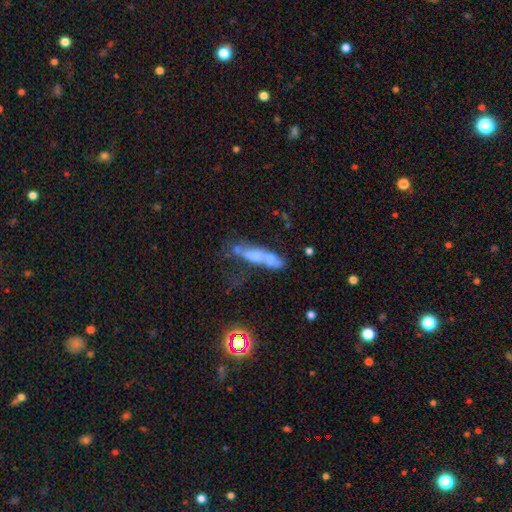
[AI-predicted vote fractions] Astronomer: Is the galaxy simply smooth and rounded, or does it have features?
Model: featured or disk — 42% (runner-up: smooth, 39%).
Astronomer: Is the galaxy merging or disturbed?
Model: merger — 30% (runner-up: none, 29%).